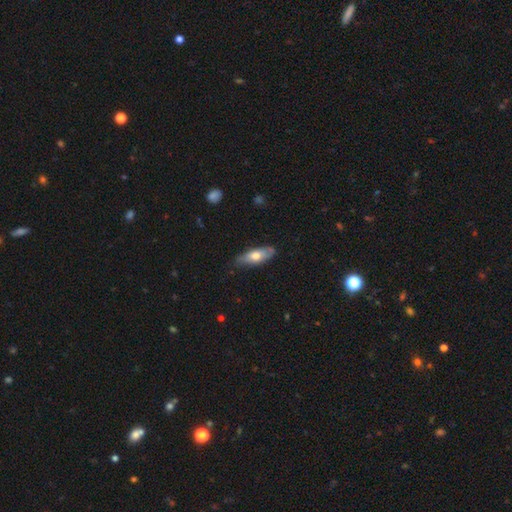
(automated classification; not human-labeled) smooth_or_featured: smooth (p=0.61) [alt: featured or disk p=0.33]
how_rounded: in between (p=0.66) [alt: cigar-shaped p=0.32]
merging: none (p=0.73) [alt: minor disturbance p=0.22]